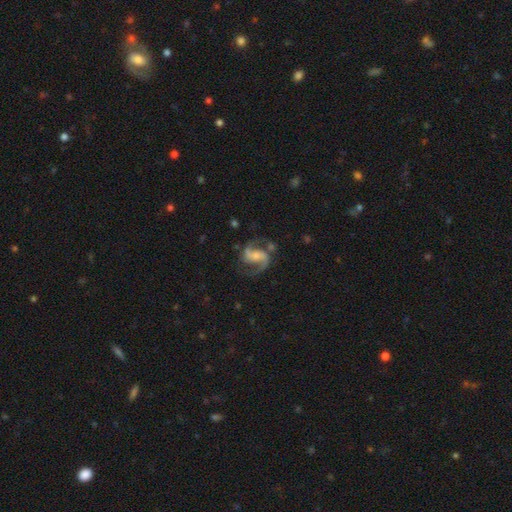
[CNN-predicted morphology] A featured or disk galaxy (90%) with a weak bar (40%), 2 (93%) medium (57%) spiral arms (98%) and a small central bulge (49%).

Vote fractions:
- Smooth or featured? featured or disk: 90% / smooth: 5% / star or artifact: 5%
- Edge-on disk? no: 98% / yes: 2%
- Bar? weak: 40% / no: 34% / strong: 25%
- Spiral arms? yes: 98% / no: 2%
- Spiral winding? medium: 57% / loose: 31% / tight: 11%
- Spiral arm count? 2: 93% / 1: 2% / can't tell: 2% / 3: 2% / 4: 1% / more than 4: 1%
- Bulge size? small: 49% / moderate: 36% / none: 9% / large: 5% / dominant: 1%
- Merging? none: 72% / minor disturbance: 15% / major disturbance: 9% / merger: 4%